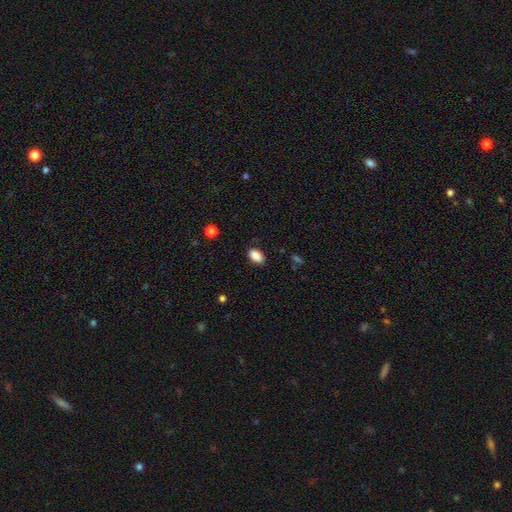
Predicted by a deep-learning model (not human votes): smooth-or-featured: smooth: 89% | star or artifact: 8% | featured or disk: 3%
  how-rounded: in between: 92% | round: 6% | cigar-shaped: 2%
  merging: none: 86% | minor disturbance: 11% | major disturbance: 2% | merger: 1%